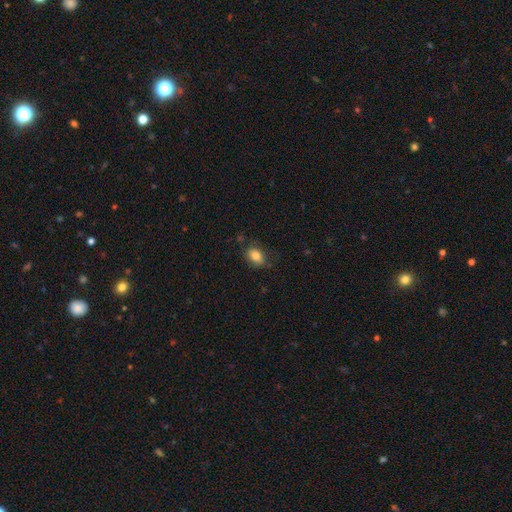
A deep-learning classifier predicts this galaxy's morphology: smooth_or_featured: smooth (p=0.83) [alt: star or artifact p=0.09]
how_rounded: in between (p=0.79) [alt: round p=0.20]
merging: none (p=0.76) [alt: minor disturbance p=0.18]